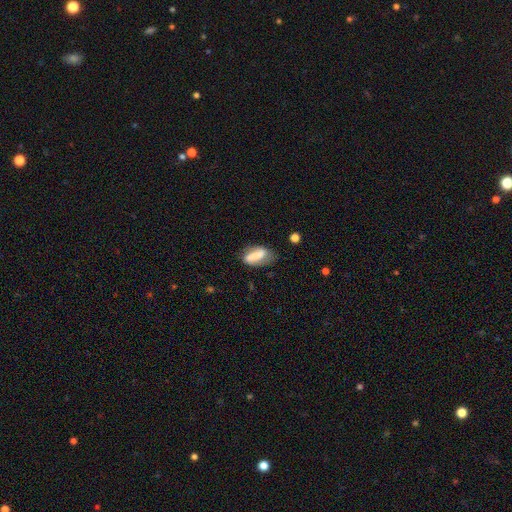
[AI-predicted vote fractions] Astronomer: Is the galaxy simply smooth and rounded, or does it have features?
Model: smooth — 50% (runner-up: featured or disk, 42%).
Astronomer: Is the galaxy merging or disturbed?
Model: none — 60%.